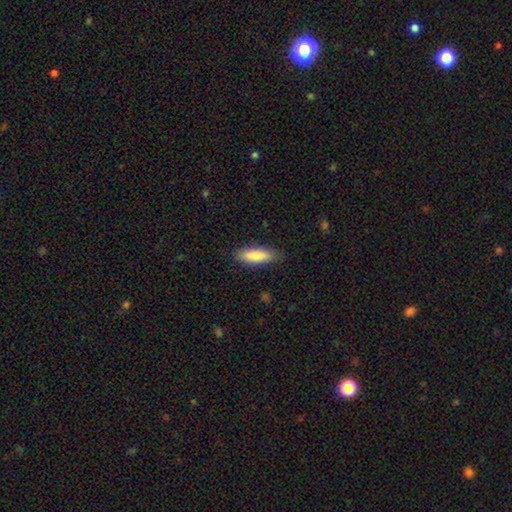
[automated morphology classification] Smooth or featured: smooth — 84% (featured or disk — 10%)
How rounded: cigar-shaped — 52% (in between — 46%)
Merging: none — 86% (minor disturbance — 11%)